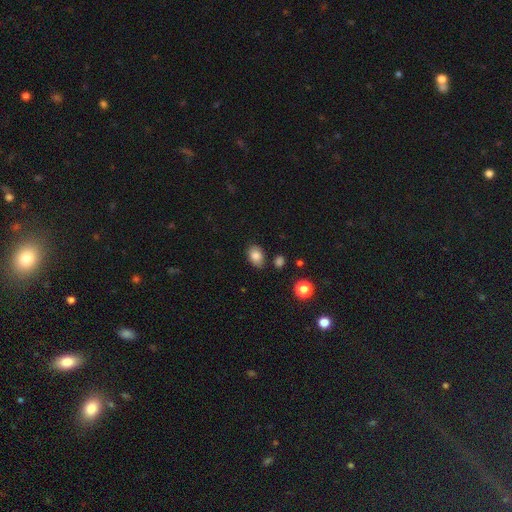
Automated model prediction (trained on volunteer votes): Overall: smooth (83%). How rounded: in between (81%). Merging: none (79%).